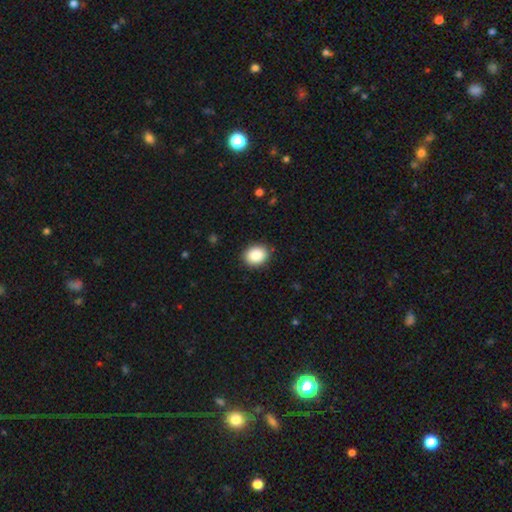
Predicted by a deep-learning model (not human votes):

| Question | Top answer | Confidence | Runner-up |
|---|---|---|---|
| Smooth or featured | smooth | 88% | star or artifact (8%) |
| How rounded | round | 55% | in between (44%) |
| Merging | none | 89% | minor disturbance (8%) |